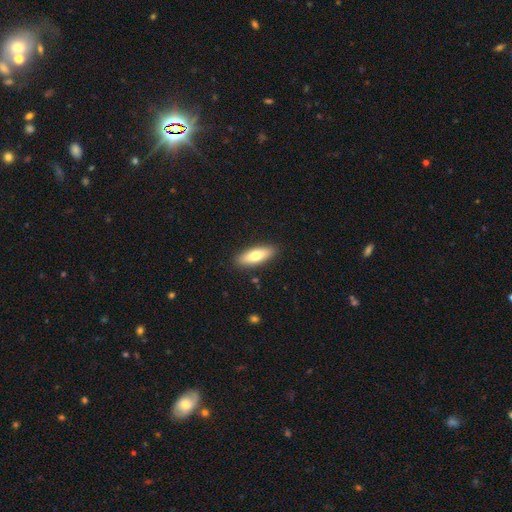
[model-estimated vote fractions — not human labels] A smooth galaxy with no disk features (71%) that is in between round and cigar-shaped (65%).

Vote fractions:
- Smooth or featured? smooth: 71% / featured or disk: 23% / star or artifact: 6%
- How rounded? in between: 65% / cigar-shaped: 33% / round: 2%
- Merging? none: 89% / minor disturbance: 8% / major disturbance: 2% / merger: 1%